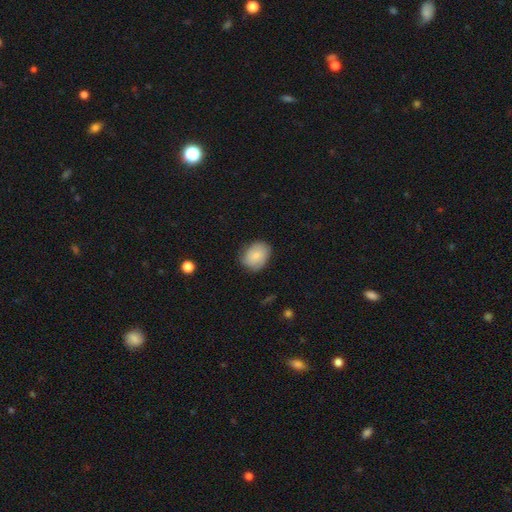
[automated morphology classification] This appears to be a smooth galaxy with no disk features (79%) that is in between round and cigar-shaped (59%). Merging: none (75%).